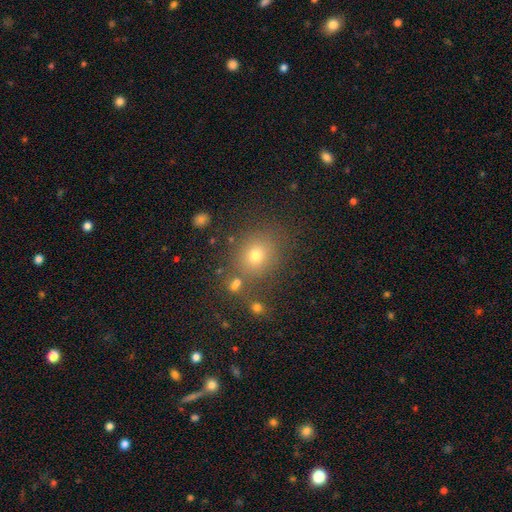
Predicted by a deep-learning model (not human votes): This is likely a smooth galaxy (71%). How rounded: likely round (71%). Merging: likely none (77%).